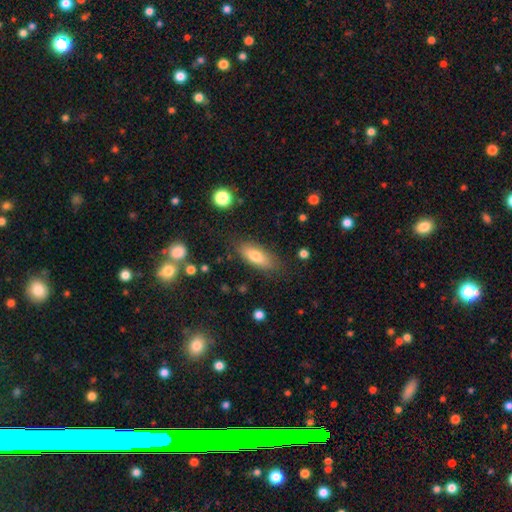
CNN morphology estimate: A smooth galaxy with no disk features (74%) that is in between round and cigar-shaped (72%). Merging: none (80%).